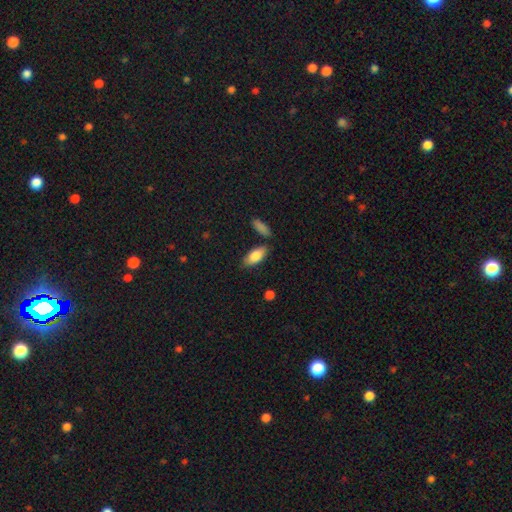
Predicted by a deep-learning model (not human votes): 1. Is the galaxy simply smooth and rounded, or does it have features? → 83% smooth, 12% featured or disk, 6% star or artifact.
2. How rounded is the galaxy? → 85% in between, 12% cigar-shaped, 2% round.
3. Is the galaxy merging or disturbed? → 78% none, 13% minor disturbance, 6% merger, 3% major disturbance.